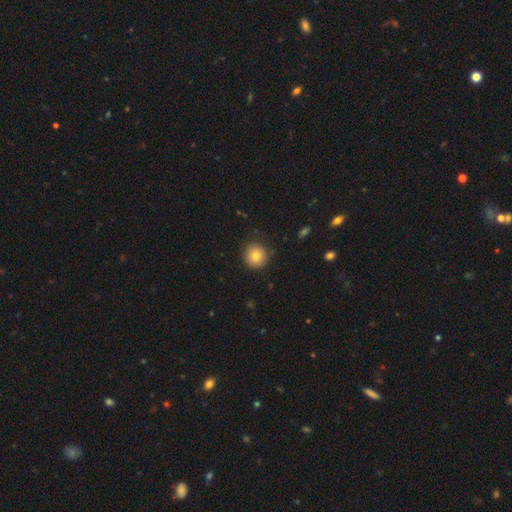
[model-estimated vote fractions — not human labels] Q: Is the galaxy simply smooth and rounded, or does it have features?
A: smooth — 81%.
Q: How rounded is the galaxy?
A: round — 93%.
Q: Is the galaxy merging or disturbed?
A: none — 86%.